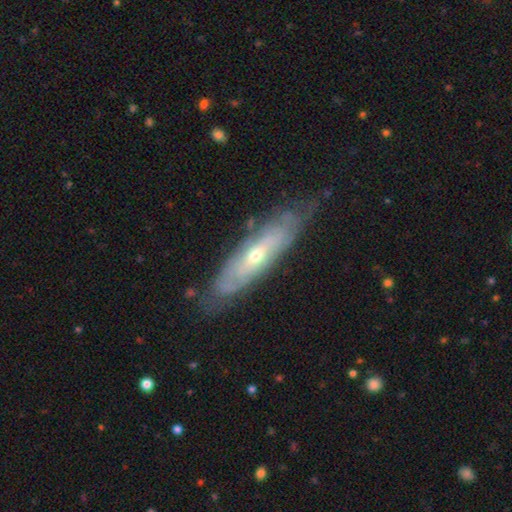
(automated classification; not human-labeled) featured or disk 74%, smooth 20%, star or artifact 6%. Down the decision tree: edge-on disk — no (66%); merging — none (76%).